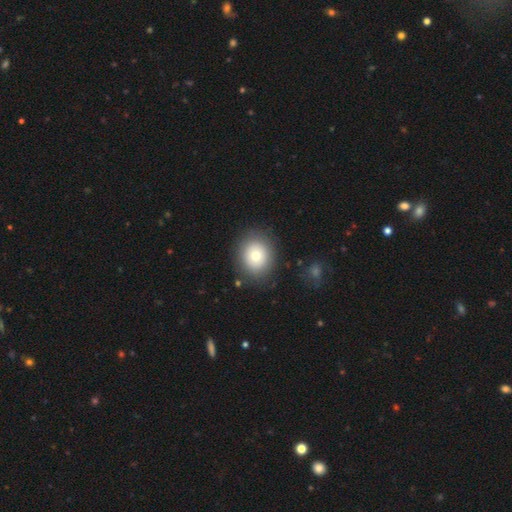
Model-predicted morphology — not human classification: Smooth or featured?
  - smooth: 74% *
  - featured or disk: 16%
  - star or artifact: 10%
How rounded?
  - round: 77% *
  - in between: 22%
  - cigar-shaped: 1%
Merging?
  - none: 85% *
  - minor disturbance: 9%
  - major disturbance: 4%
  - merger: 2%